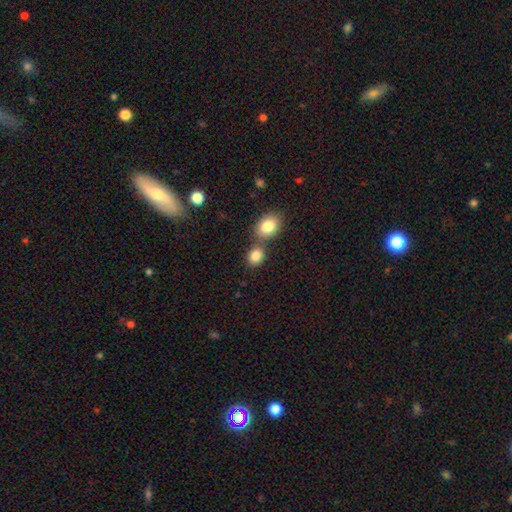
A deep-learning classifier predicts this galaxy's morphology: Smooth or featured? Predicted: smooth (p=0.84). How rounded? Predicted: round (p=0.52). Merging? Predicted: none (p=0.53).